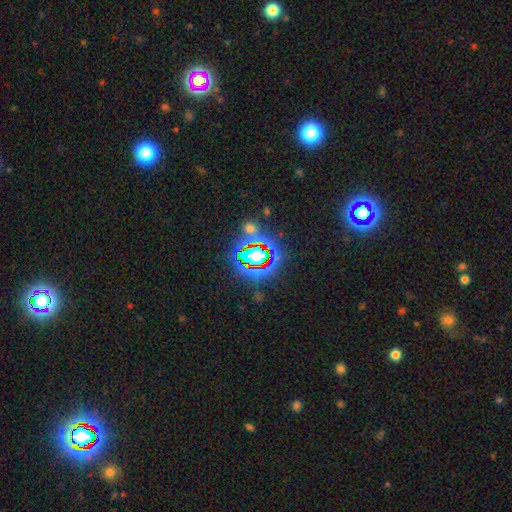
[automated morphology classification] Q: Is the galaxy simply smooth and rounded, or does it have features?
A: star or artifact — 69%.